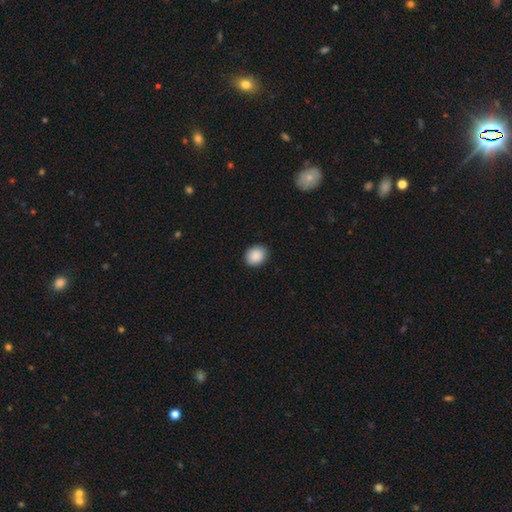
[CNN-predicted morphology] Smooth or featured? Predicted: smooth (p=0.90). How rounded? Predicted: round (p=0.67). Merging? Predicted: none (p=0.89).